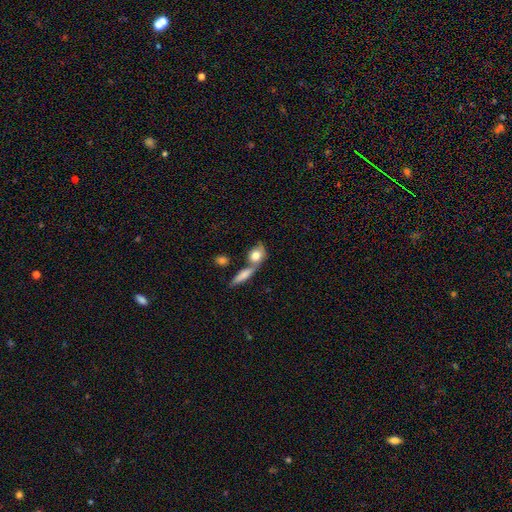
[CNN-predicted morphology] Q: Smooth or featured?
A: smooth (73%); runner-up: featured or disk (20%)
Q: How rounded?
A: in between (53%); runner-up: round (34%)
Q: Merging?
A: none (43%); runner-up: merger (39%)